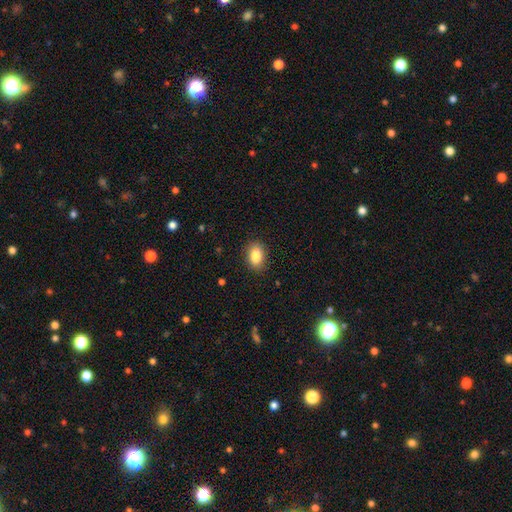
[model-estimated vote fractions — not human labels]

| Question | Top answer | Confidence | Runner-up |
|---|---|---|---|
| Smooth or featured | smooth | 85% | star or artifact (8%) |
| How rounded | in between | 83% | round (16%) |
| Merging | none | 86% | minor disturbance (10%) |